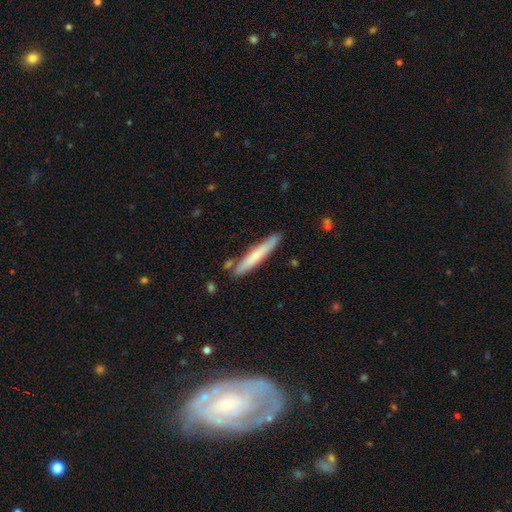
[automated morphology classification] This is likely a smooth galaxy (66%). How rounded: clearly cigar-shaped (94%). Merging: clearly none (82%).